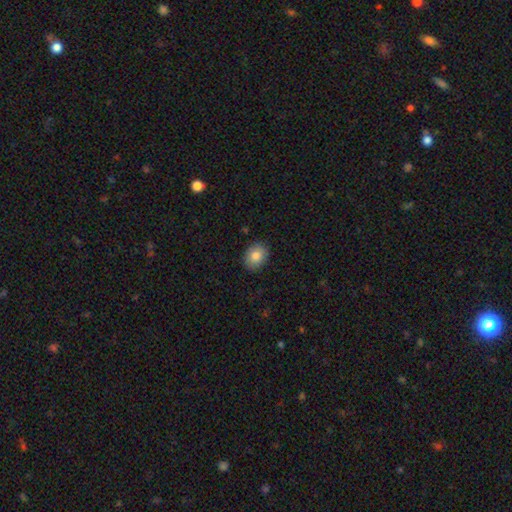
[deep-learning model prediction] This appears to be a smooth galaxy with no disk features (84%) that is in between round and cigar-shaped (62%). Merging: none (87%).